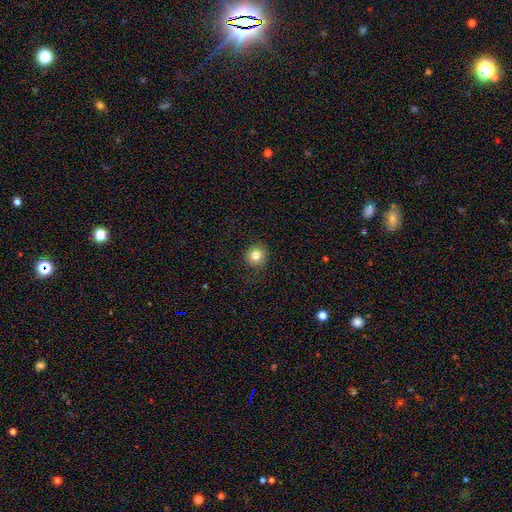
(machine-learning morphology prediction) type=smooth (81%); roundness=round (91%); merging=none (84%).